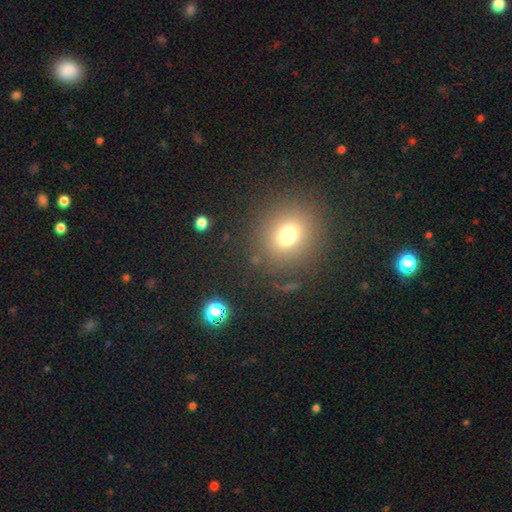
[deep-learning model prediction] Smooth or featured? Predicted: smooth (p=0.62). How rounded? Predicted: round (p=0.82). Merging? Predicted: none (p=0.89).